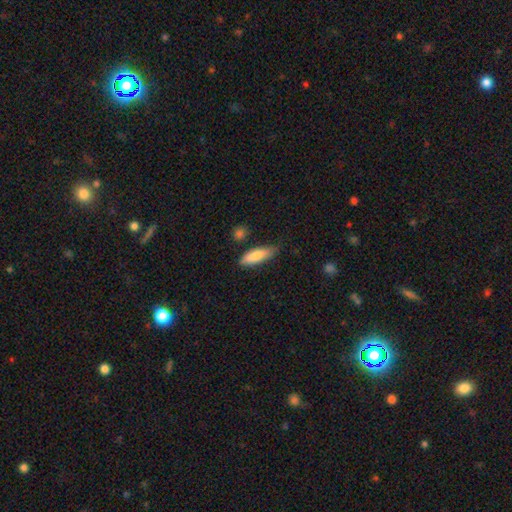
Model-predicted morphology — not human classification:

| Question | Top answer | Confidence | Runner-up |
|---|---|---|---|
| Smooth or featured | smooth | 82% | featured or disk (12%) |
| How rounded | cigar-shaped | 50% | in between (48%) |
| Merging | none | 74% | minor disturbance (19%) |